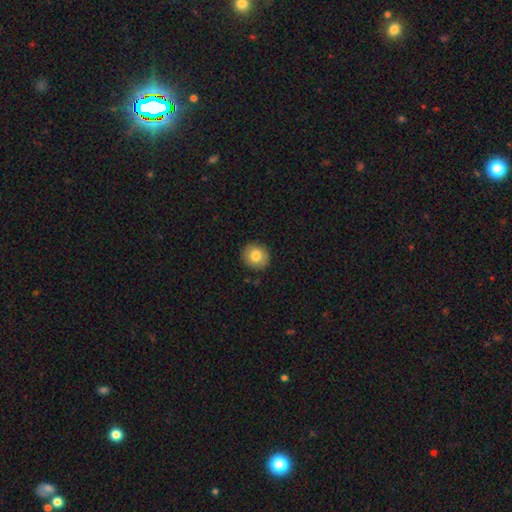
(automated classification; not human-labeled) A smooth galaxy with no disk features (81%) that is round (87%). Merging: none (90%).